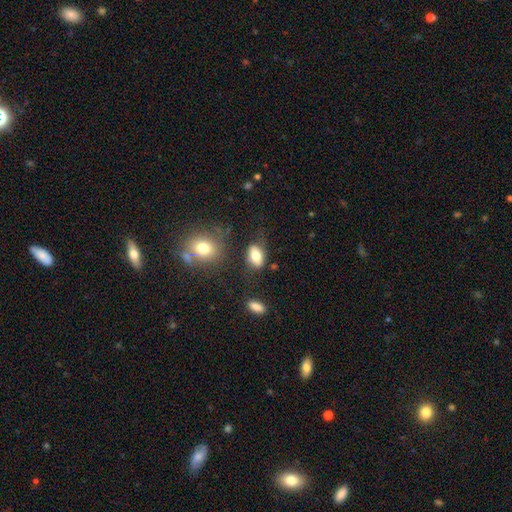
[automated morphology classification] A smooth galaxy with no disk features (76%) that is in between round and cigar-shaped (88%). Merging: none (65%).